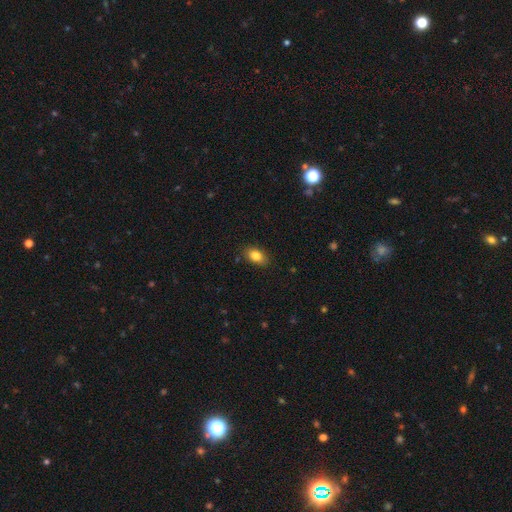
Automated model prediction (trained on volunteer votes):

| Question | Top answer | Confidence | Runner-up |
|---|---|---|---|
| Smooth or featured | smooth | 83% | star or artifact (9%) |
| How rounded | in between | 86% | round (11%) |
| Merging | none | 85% | minor disturbance (11%) |